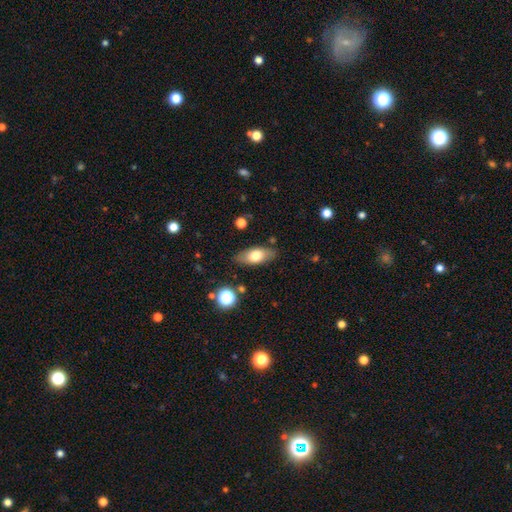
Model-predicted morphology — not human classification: This is likely a smooth galaxy (70%). How rounded: clearly in between (84%). Merging: clearly none (83%).